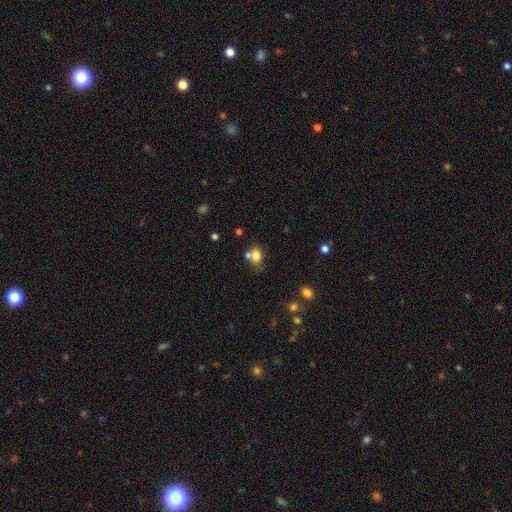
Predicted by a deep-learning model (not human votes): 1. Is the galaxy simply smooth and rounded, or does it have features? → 78% smooth, 11% star or artifact, 11% featured or disk.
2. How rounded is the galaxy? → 62% in between, 36% round, 1% cigar-shaped.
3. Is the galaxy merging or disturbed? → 42% none, 37% merger, 15% minor disturbance, 6% major disturbance.